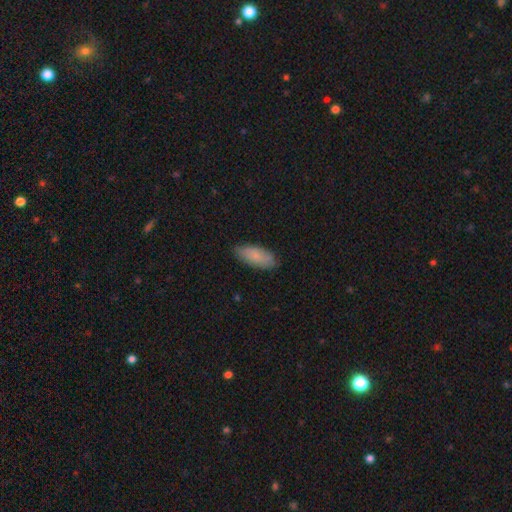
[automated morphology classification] This appears to be a smooth galaxy with no disk features (81%) that is in between round and cigar-shaped (81%). Merging: none (82%).